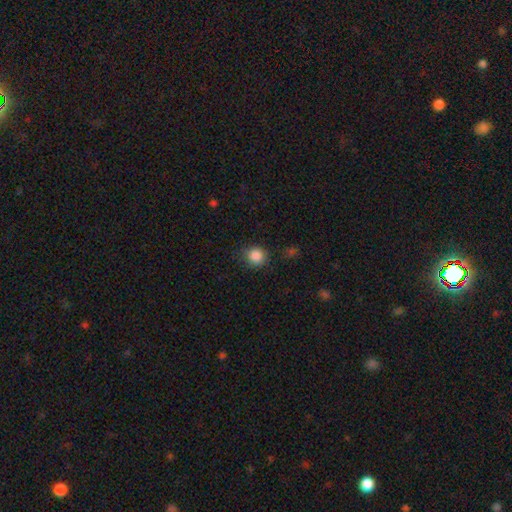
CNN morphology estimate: Overall: smooth (86%). How rounded: round (86%). Merging: none (78%).